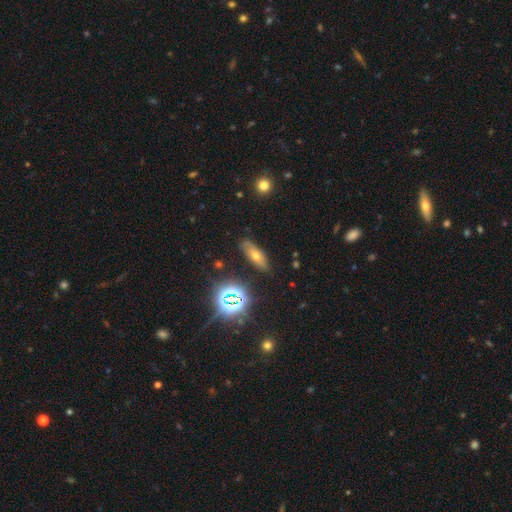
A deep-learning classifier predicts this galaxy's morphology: The model was most divided on "smooth or featured": smooth: 49%, featured or disk: 26%, star or artifact: 25%. More confident: merging — none (82%).